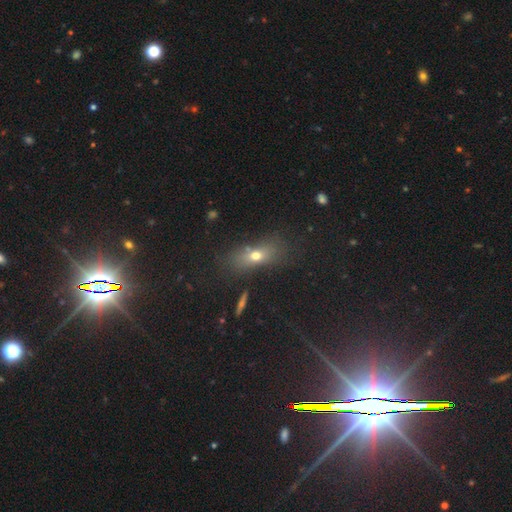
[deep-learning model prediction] Smooth or featured: smooth — 64% (featured or disk — 20%)
How rounded: in between — 66% (round — 18%)
Merging: none — 66% (minor disturbance — 17%)